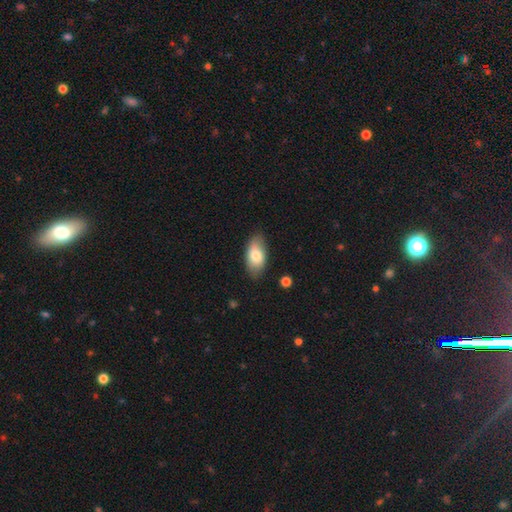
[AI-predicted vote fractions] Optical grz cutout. It shows a smooth galaxy with no disk features (78%) that is in between round and cigar-shaped (92%). Merging: none (80%).